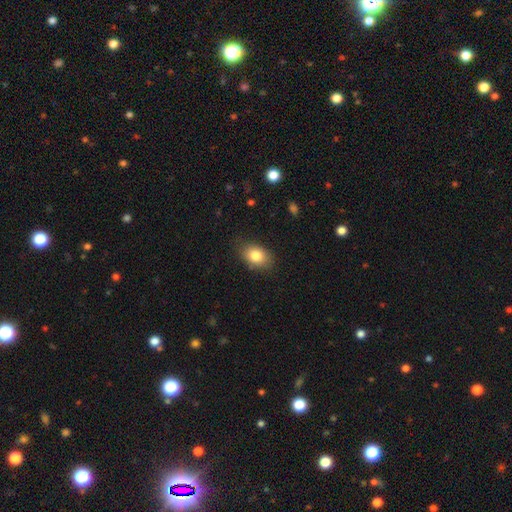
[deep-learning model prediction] This appears to be a smooth galaxy with no disk features (82%) that is in between round and cigar-shaped (77%). Merging: none (82%).